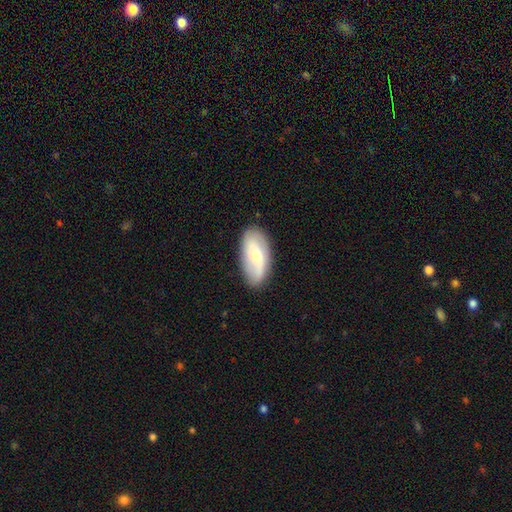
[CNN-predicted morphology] Q: Smooth or featured?
A: smooth (49%); runner-up: featured or disk (45%)
Q: Merging?
A: none (82%); runner-up: minor disturbance (13%)